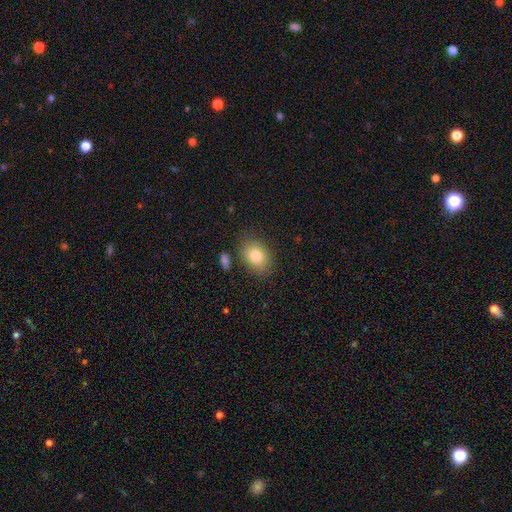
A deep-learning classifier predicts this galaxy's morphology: Smooth or featured?
  - smooth: 80% *
  - featured or disk: 11%
  - star or artifact: 9%
How rounded?
  - in between: 71% *
  - round: 28%
  - cigar-shaped: 1%
Merging?
  - none: 79% *
  - minor disturbance: 13%
  - major disturbance: 4%
  - merger: 4%